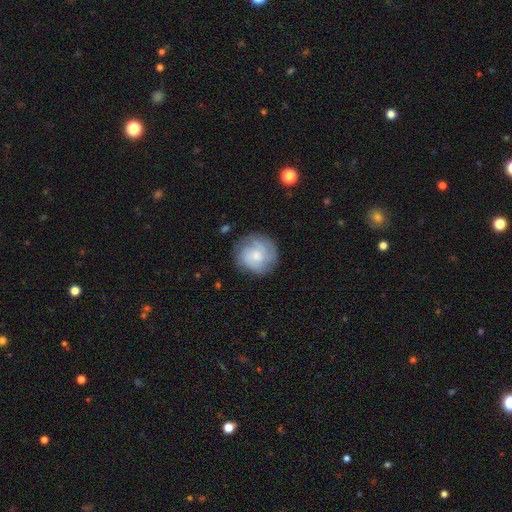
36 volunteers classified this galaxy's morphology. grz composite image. It shows a featured or disk galaxy (56%) with no bar (55%), tight (47%) spiral arms (85%) and a small central bulge (40%). Merging: none (78%).